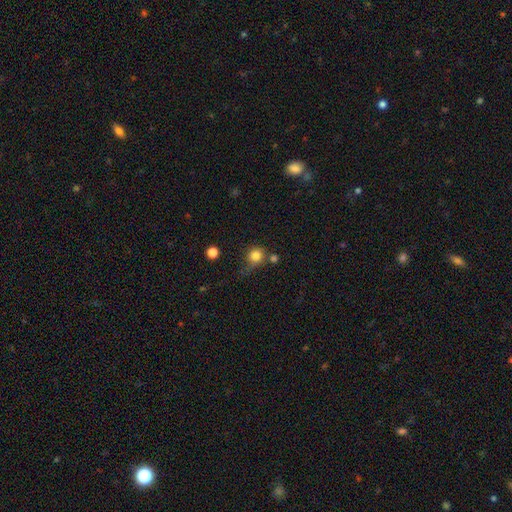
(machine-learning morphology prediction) type=smooth (81%); roundness=round (86%); merging=none (55%).